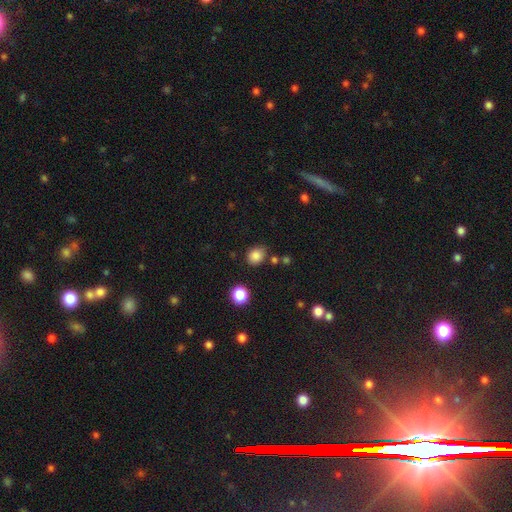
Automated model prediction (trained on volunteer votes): Smooth or featured? smooth (84%)
How rounded? round (62%)
Merging? none (73%)